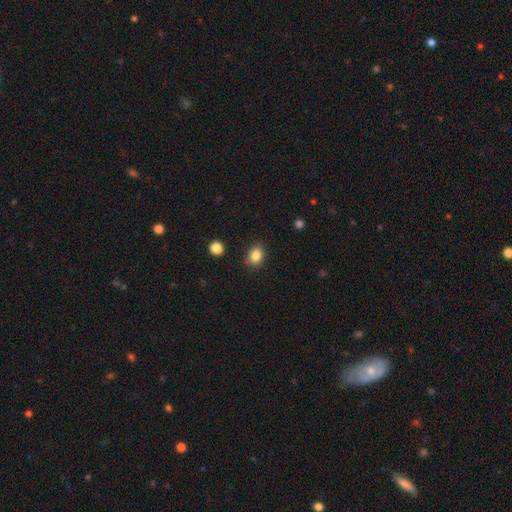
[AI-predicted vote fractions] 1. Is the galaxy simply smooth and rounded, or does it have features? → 85% smooth, 11% star or artifact, 5% featured or disk.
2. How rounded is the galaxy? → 56% round, 43% in between, 1% cigar-shaped.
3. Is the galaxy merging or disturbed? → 86% none, 10% minor disturbance, 2% major disturbance, 2% merger.